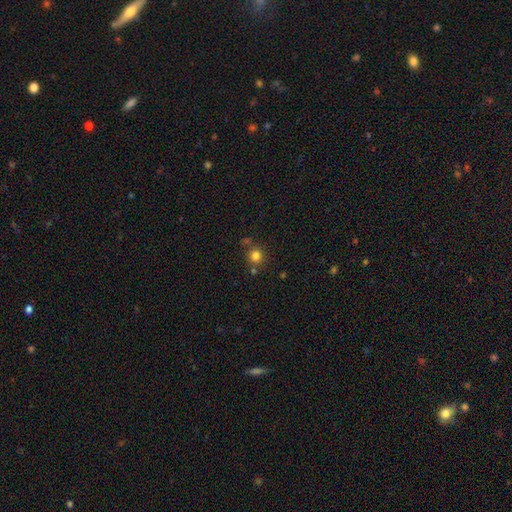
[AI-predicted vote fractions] Morphology: type=smooth (80%); roundness=round (88%); merging=none (73%).